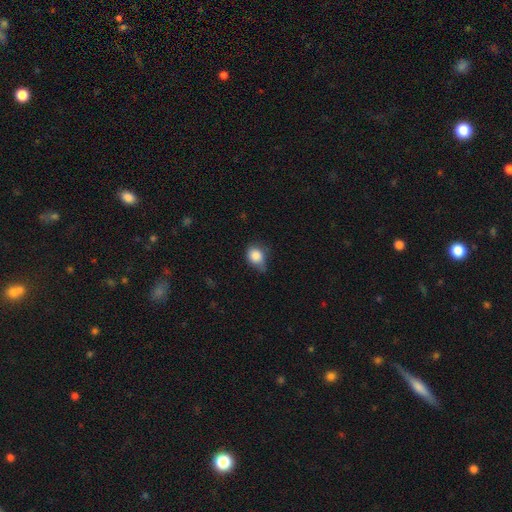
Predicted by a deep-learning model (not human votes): Morphology: type=smooth (84%); roundness=round (55%); merging=minor disturbance (45%).